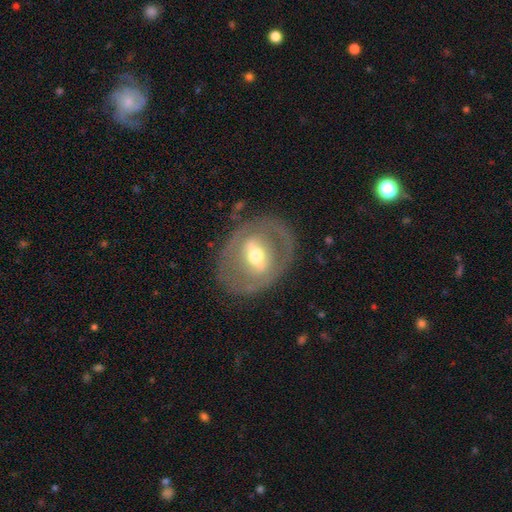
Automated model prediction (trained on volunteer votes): Q: Smooth or featured?
A: featured or disk (69%); runner-up: smooth (25%)
Q: Edge-on disk?
A: no (90%); runner-up: yes (10%)
Q: Bar?
A: strong (48%); runner-up: weak (33%)
Q: Spiral arms?
A: no (71%); runner-up: yes (29%)
Q: Bulge size?
A: moderate (68%); runner-up: small (18%)
Q: Merging?
A: none (78%); runner-up: minor disturbance (13%)